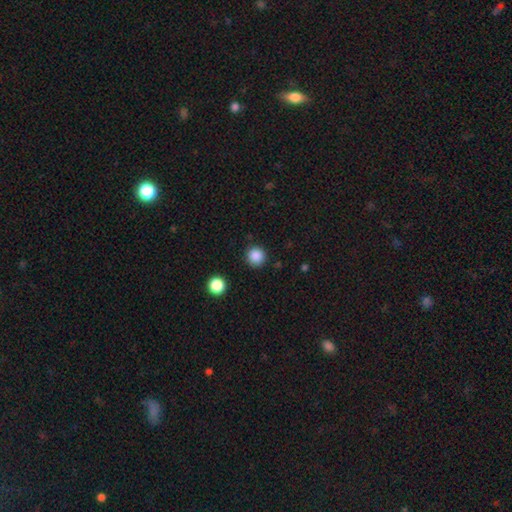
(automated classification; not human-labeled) A smooth galaxy with no disk features (87%) that is round (95%). Merging: none (89%).